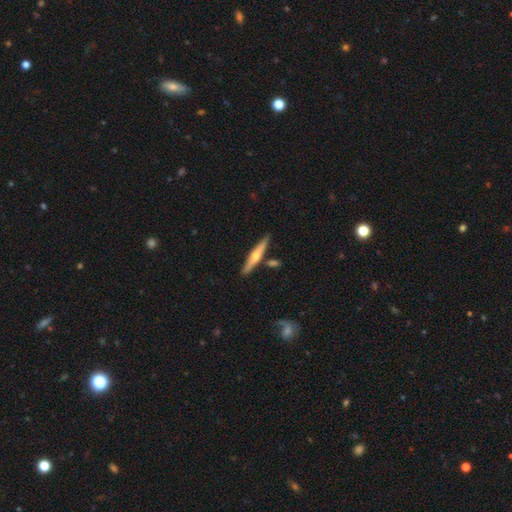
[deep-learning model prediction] Overall: featured or disk (55%; smooth 40%). Edge-on disk: yes (95%). Edge-on bulge: rounded (85%). Merging: none (82%).